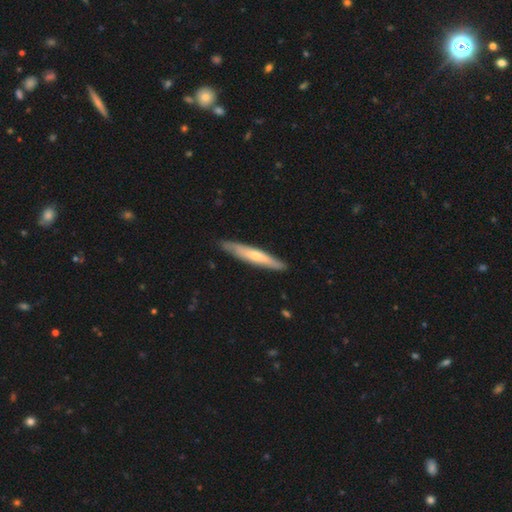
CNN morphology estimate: smooth 51%, featured or disk 44%, star or artifact 5%. Down the decision tree: how rounded — cigar-shaped (92%); merging — none (87%).